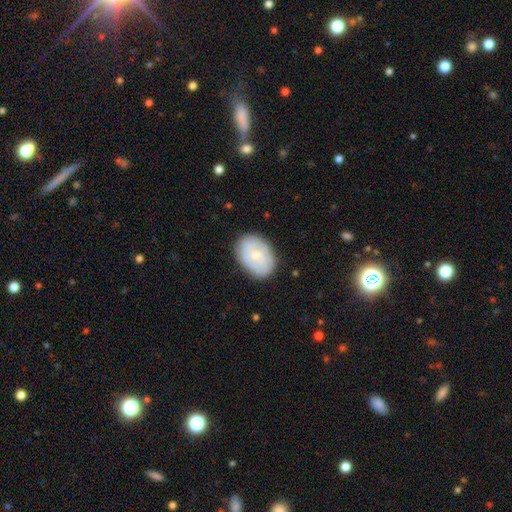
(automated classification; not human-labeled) Smooth or featured? Predicted: smooth (p=0.60). How rounded? Predicted: in between (p=0.78). Merging? Predicted: none (p=0.82).